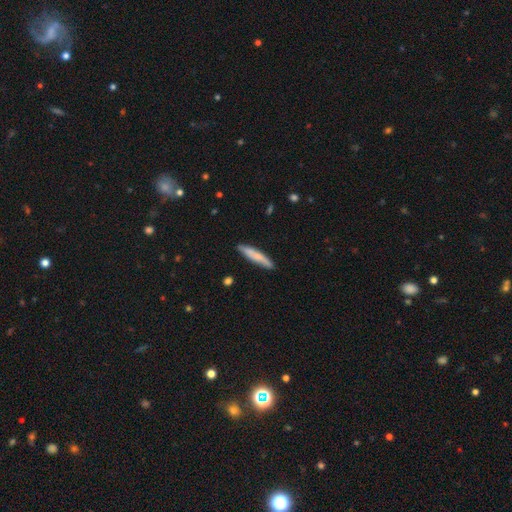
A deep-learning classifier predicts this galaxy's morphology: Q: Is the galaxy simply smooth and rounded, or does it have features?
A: smooth — 68%.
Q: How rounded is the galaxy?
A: cigar-shaped — 90%.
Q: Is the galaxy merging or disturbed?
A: none — 84%.